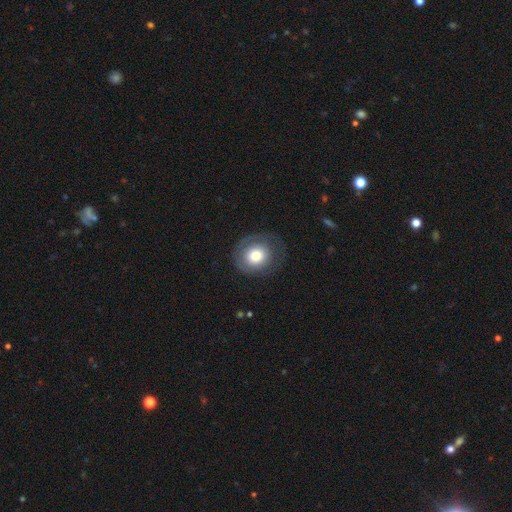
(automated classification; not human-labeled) This appears to be a smooth galaxy with no disk features (66%) that is round (77%). Merging: none (70%).